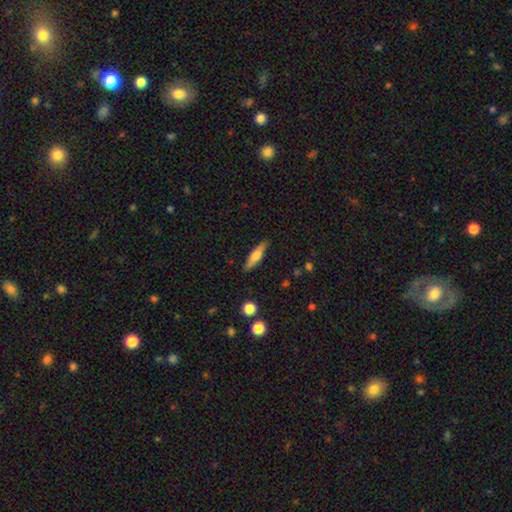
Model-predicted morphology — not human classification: This appears to be a smooth galaxy with no disk features (59%) that is cigar-shaped (76%). Merging: none (88%).